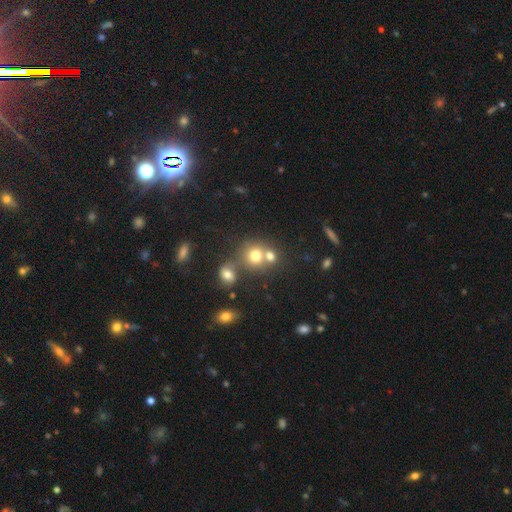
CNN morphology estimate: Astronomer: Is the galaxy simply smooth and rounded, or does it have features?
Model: smooth — 72%.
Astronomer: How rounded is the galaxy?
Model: round — 80%.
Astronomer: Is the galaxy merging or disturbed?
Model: merger — 46% (runner-up: none, 42%).